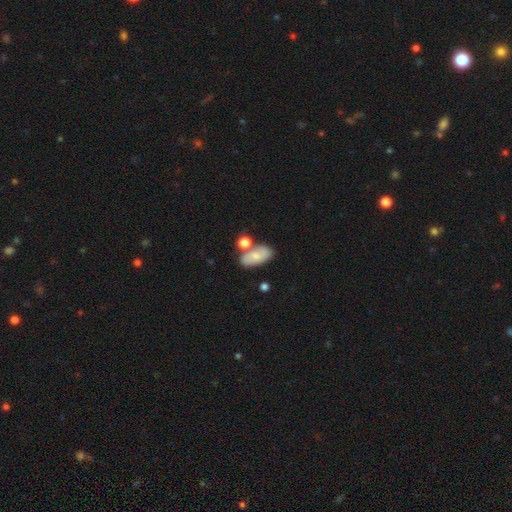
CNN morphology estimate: smooth 65%, featured or disk 27%, star or artifact 8%. Down the decision tree: how rounded — in between (89%); merging — none (53%).